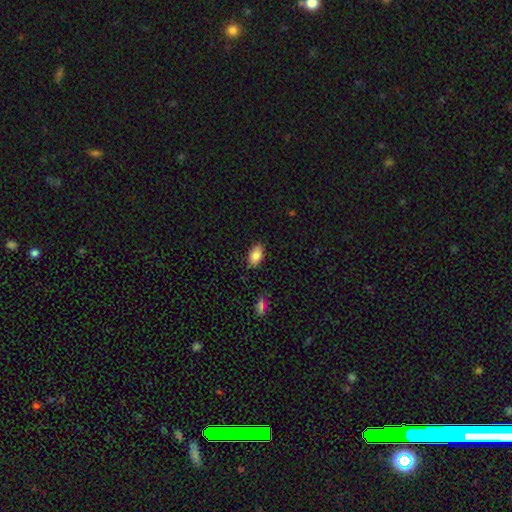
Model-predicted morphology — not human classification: This appears to be a smooth galaxy with no disk features (84%) that is in between round and cigar-shaped (92%). Merging: none (83%).